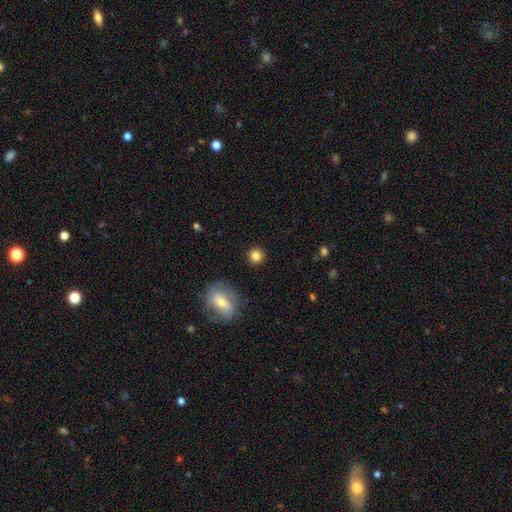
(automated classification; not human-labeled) A smooth galaxy with no disk features (84%) that is round (91%). Merging: none (90%).